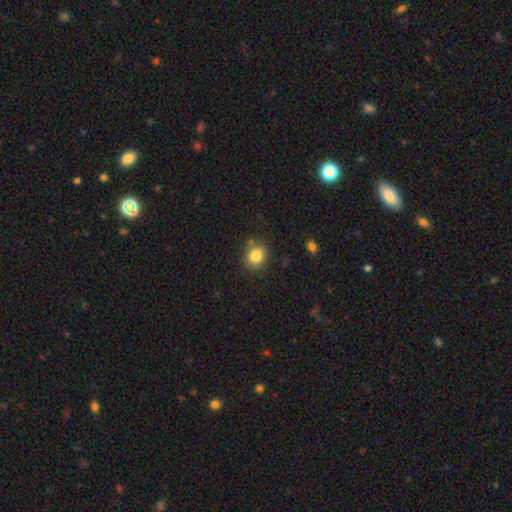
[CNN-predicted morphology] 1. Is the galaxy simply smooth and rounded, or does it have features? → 83% smooth, 10% star or artifact, 6% featured or disk.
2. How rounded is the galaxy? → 73% round, 26% in between, 1% cigar-shaped.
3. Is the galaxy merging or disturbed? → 83% none, 10% minor disturbance, 4% merger, 3% major disturbance.